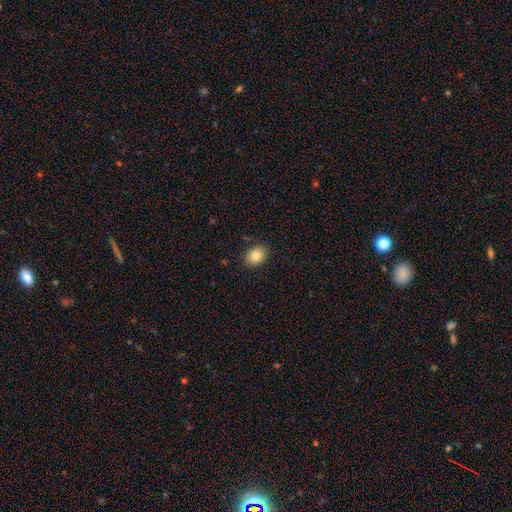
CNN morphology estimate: type=smooth (82%); roundness=in between (51%); merging=none (88%).